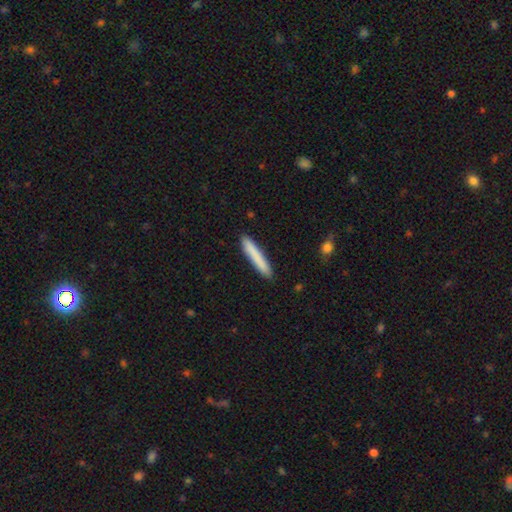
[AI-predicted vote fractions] smooth_or_featured: smooth (p=0.82) [alt: featured or disk p=0.12]
how_rounded: cigar-shaped (p=0.94) [alt: in between p=0.05]
merging: none (p=0.90) [alt: minor disturbance p=0.08]